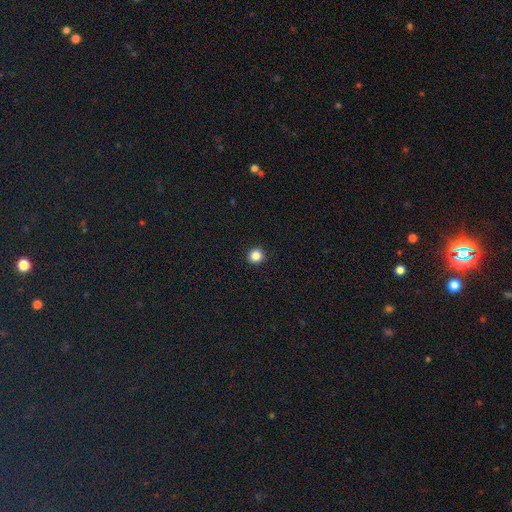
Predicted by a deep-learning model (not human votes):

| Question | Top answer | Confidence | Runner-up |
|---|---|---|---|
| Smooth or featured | smooth | 85% | star or artifact (11%) |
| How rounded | round | 93% | in between (6%) |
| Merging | none | 93% | minor disturbance (4%) |